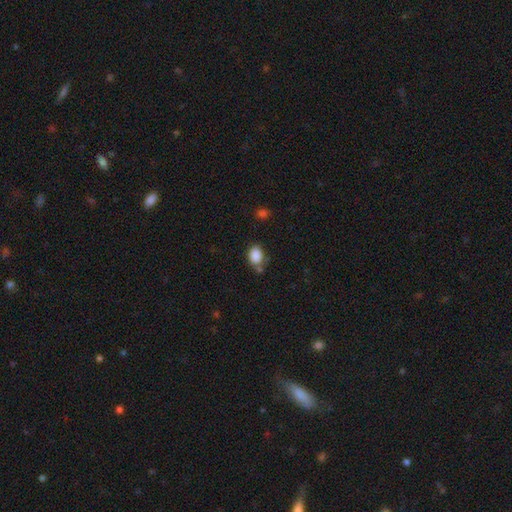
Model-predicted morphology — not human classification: The model was most divided on "how rounded": in between: 72%, round: 27%, cigar-shaped: 1%. More confident: smooth or featured — smooth (88%); merging — none (66%).